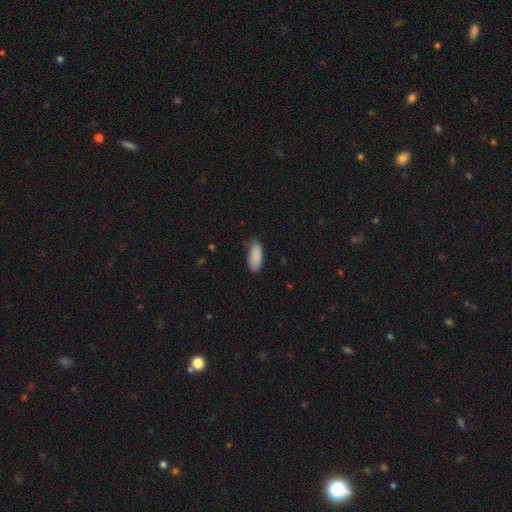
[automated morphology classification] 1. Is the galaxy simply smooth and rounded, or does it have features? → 89% smooth, 6% star or artifact, 4% featured or disk.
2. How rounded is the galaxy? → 87% in between, 11% cigar-shaped, 2% round.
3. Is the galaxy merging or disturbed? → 76% none, 19% minor disturbance, 3% major disturbance, 1% merger.